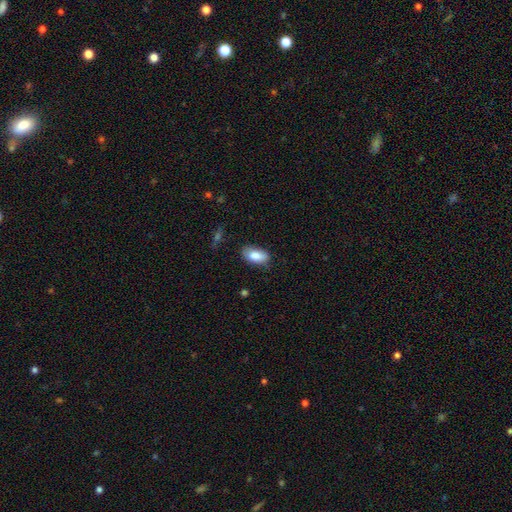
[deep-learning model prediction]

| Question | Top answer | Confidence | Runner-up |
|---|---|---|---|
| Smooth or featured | smooth | 85% | featured or disk (8%) |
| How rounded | in between | 92% | cigar-shaped (4%) |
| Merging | none | 77% | minor disturbance (18%) |